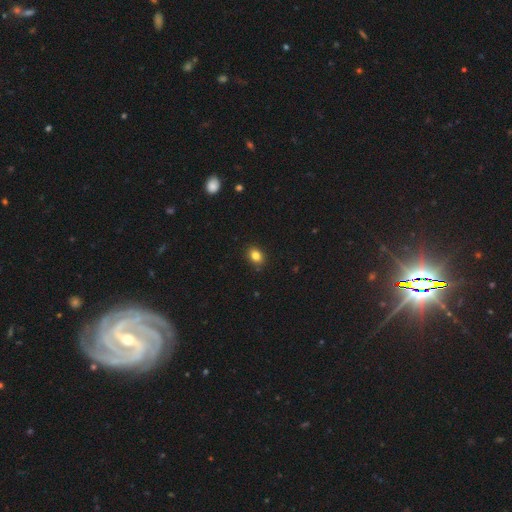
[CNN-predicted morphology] A smooth galaxy with no disk features (83%) that is in between round and cigar-shaped (60%).

Vote fractions:
- Smooth or featured? smooth: 83% / star or artifact: 11% / featured or disk: 6%
- How rounded? in between: 60% / round: 39% / cigar-shaped: 1%
- Merging? none: 88% / minor disturbance: 9% / major disturbance: 2% / merger: 1%